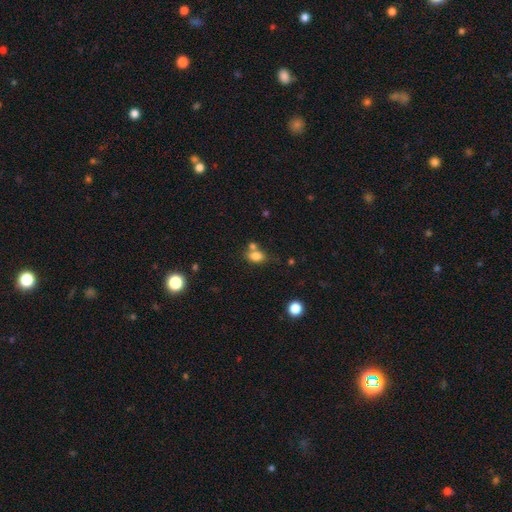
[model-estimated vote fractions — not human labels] Smooth or featured? Predicted: smooth (p=0.80). How rounded? Predicted: in between (p=0.72). Merging? Predicted: none (p=0.51).